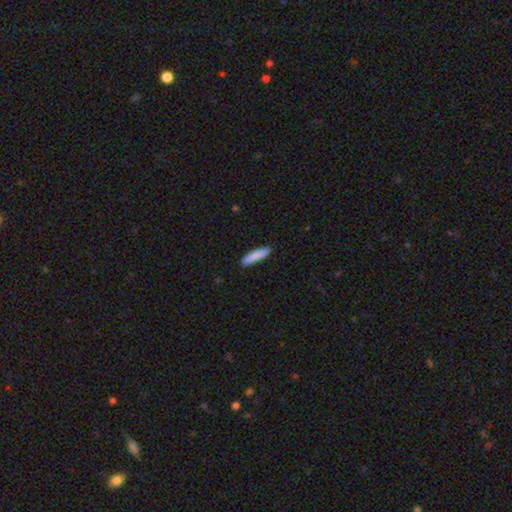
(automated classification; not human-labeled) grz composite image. It shows a smooth galaxy with no disk features (87%) that is cigar-shaped (83%). Merging: none (89%).